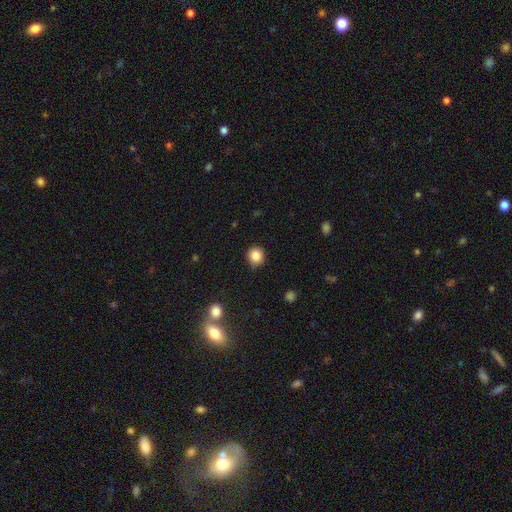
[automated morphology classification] Smooth or featured? Predicted: smooth (p=0.84). How rounded? Predicted: round (p=0.87). Merging? Predicted: none (p=0.86).